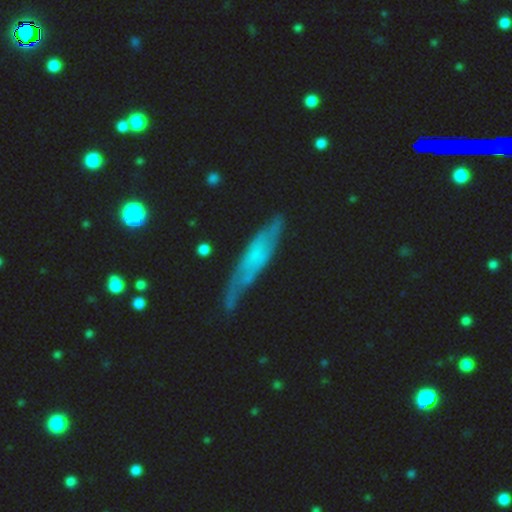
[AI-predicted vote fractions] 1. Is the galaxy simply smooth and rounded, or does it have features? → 54% featured or disk, 37% smooth, 9% star or artifact.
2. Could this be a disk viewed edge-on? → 59% yes, 41% no.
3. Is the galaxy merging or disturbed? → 64% none, 24% minor disturbance, 8% major disturbance, 3% merger.